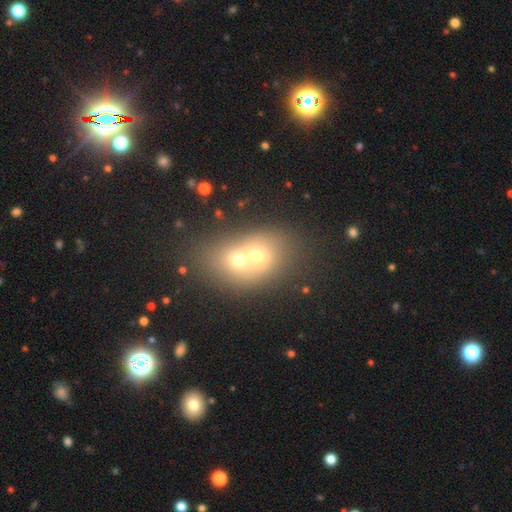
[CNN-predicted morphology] Smooth or featured: smooth — 59% (featured or disk — 25%)
How rounded: in between — 55% (round — 43%)
Merging: merger — 70% (none — 22%)